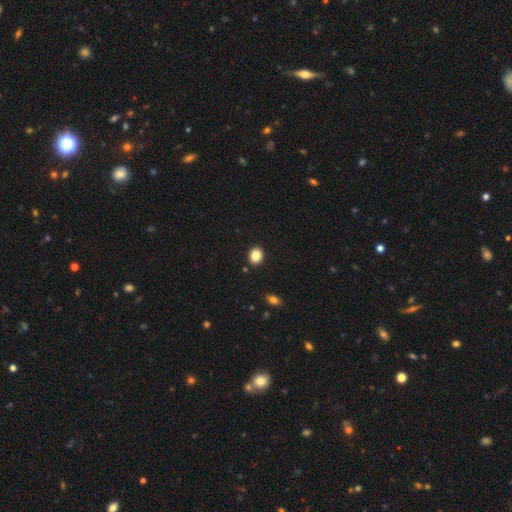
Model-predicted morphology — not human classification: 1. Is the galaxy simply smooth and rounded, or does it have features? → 85% smooth, 10% star or artifact, 6% featured or disk.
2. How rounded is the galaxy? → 51% round, 48% in between, 1% cigar-shaped.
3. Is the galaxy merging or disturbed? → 91% none, 6% minor disturbance, 2% merger, 2% major disturbance.